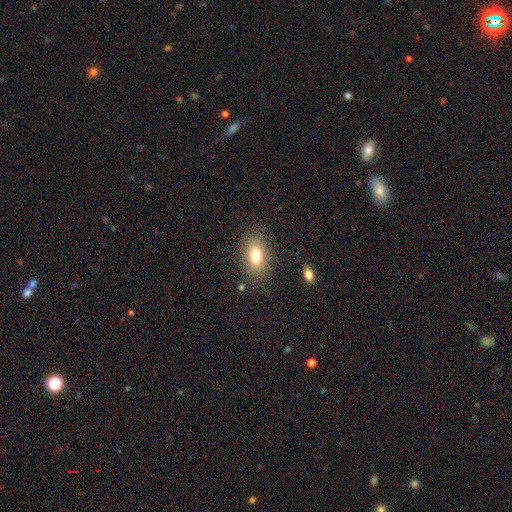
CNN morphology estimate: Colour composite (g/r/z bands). It shows a smooth galaxy with no disk features (76%) that is in between round and cigar-shaped (88%). Merging: none (83%).